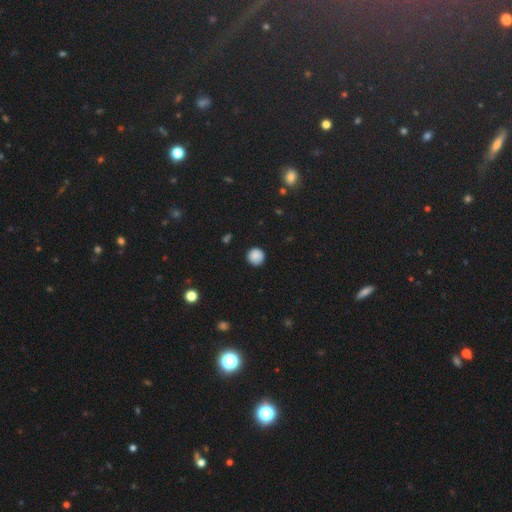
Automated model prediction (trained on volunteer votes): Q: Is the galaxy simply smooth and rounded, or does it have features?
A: smooth — 86%.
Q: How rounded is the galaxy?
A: round — 95%.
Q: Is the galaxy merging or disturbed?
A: none — 88%.